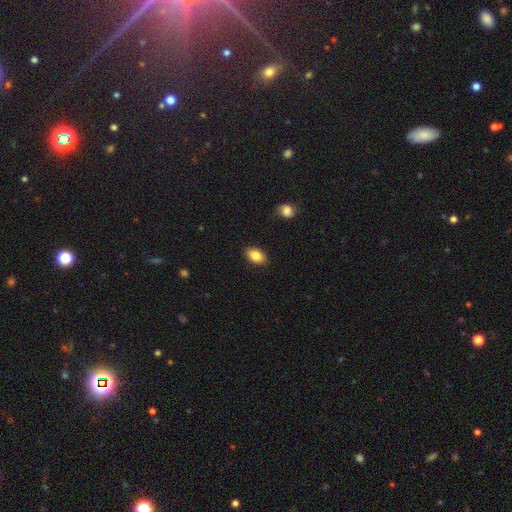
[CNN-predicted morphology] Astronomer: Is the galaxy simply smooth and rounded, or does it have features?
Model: smooth — 85%.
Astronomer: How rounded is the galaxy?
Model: in between — 89%.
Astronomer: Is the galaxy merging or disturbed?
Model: none — 88%.